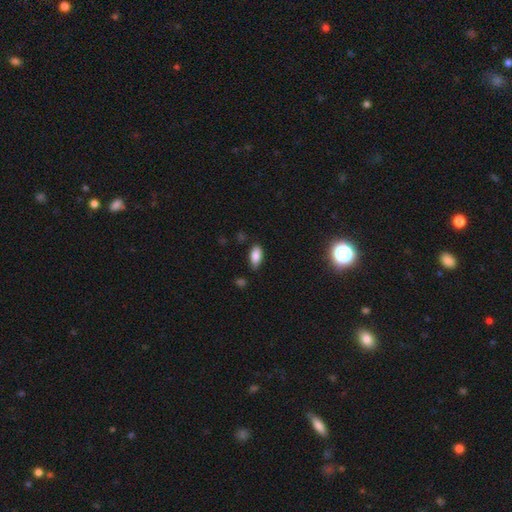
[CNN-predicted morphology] A smooth galaxy with no disk features (85%) that is in between round and cigar-shaped (90%). Merging: none (78%).